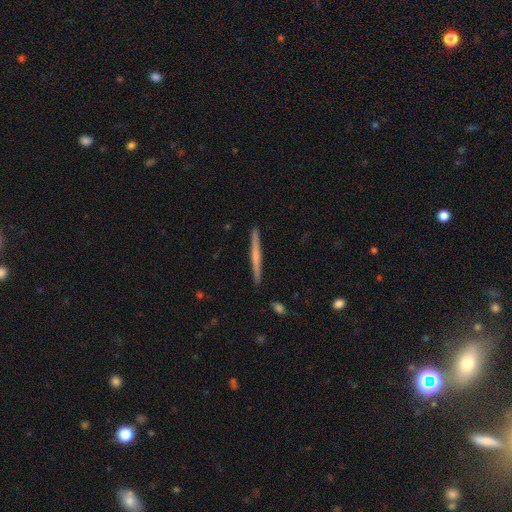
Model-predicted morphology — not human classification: Q: Smooth or featured?
A: featured or disk (53%); runner-up: smooth (42%)
Q: Edge-on disk?
A: yes (98%); runner-up: no (2%)
Q: Edge-on bulge?
A: none (58%); runner-up: rounded (35%)
Q: Merging?
A: none (92%); runner-up: minor disturbance (6%)